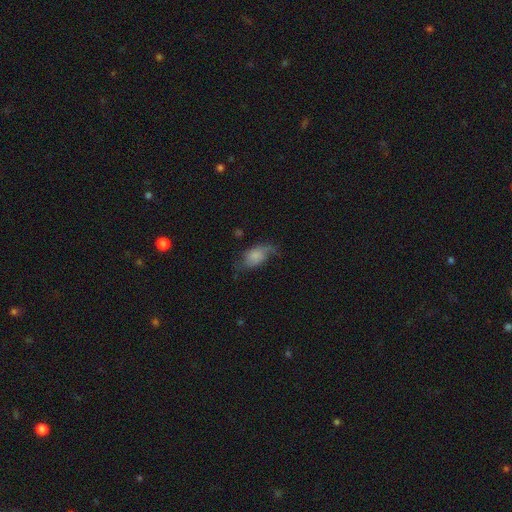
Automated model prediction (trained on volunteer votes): Smooth or featured? smooth (61%)
How rounded? in between (89%)
Merging? none (38%)